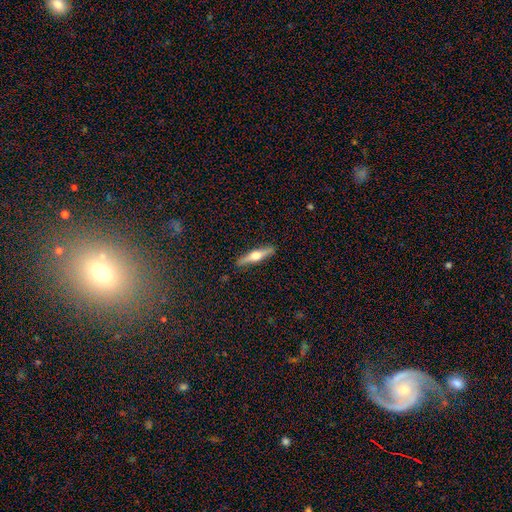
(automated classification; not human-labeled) Smooth or featured? Predicted: featured or disk (p=0.65). Edge-on disk? Predicted: yes (p=0.97). Edge-on bulge? Predicted: rounded (p=0.95). Merging? Predicted: none (p=0.90).